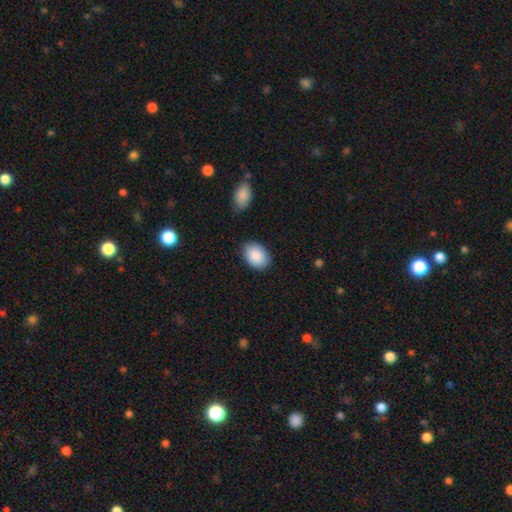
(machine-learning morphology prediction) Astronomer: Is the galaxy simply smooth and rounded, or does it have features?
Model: smooth — 90%.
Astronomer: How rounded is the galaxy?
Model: in between — 80%.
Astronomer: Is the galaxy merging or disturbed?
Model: none — 83%.